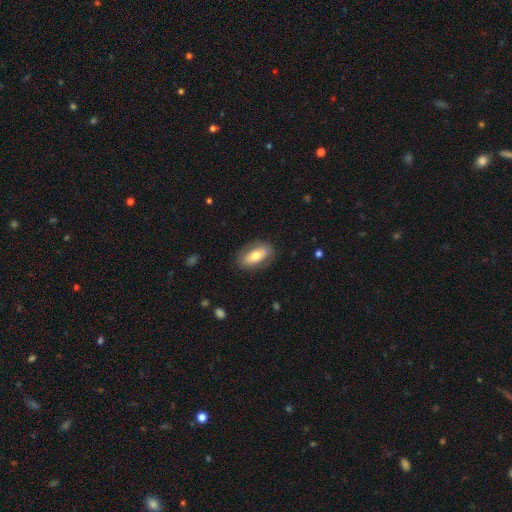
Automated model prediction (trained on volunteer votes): smooth 65%, featured or disk 29%, star or artifact 7%. Down the decision tree: how rounded — in between (82%); merging — none (83%).